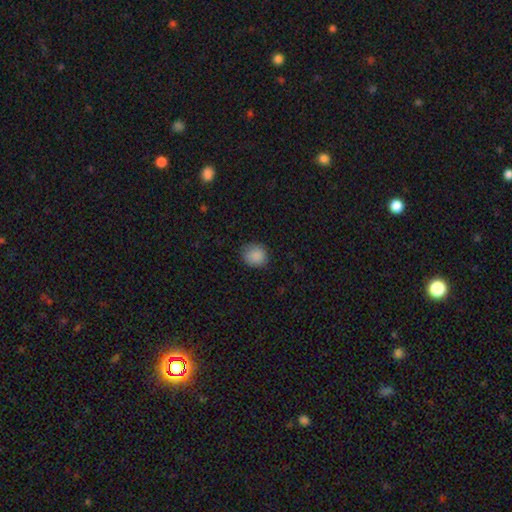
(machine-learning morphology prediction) smooth_or_featured: smooth (p=0.88) [alt: star or artifact p=0.08]
how_rounded: round (p=0.74) [alt: in between p=0.26]
merging: none (p=0.80) [alt: minor disturbance p=0.16]